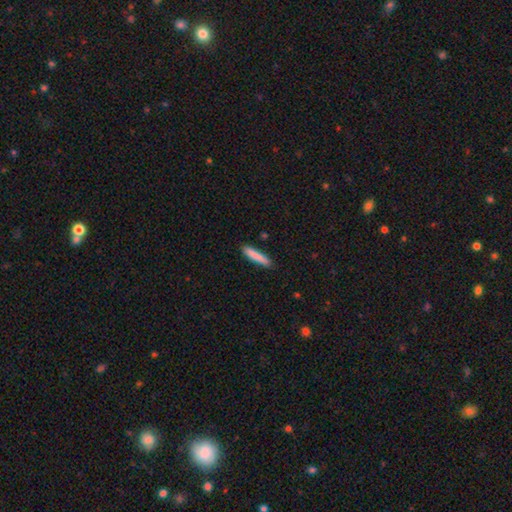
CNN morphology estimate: A smooth galaxy with no disk features (84%) that is cigar-shaped (89%). Merging: none (87%).